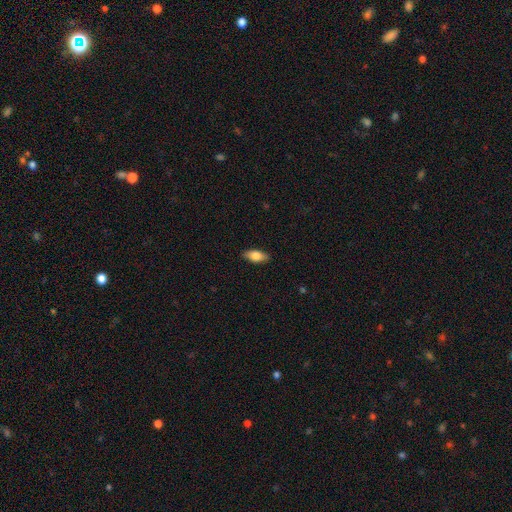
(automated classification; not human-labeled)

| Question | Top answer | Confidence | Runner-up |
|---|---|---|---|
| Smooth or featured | smooth | 77% | featured or disk (17%) |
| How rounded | in between | 86% | cigar-shaped (11%) |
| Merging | none | 88% | minor disturbance (9%) |